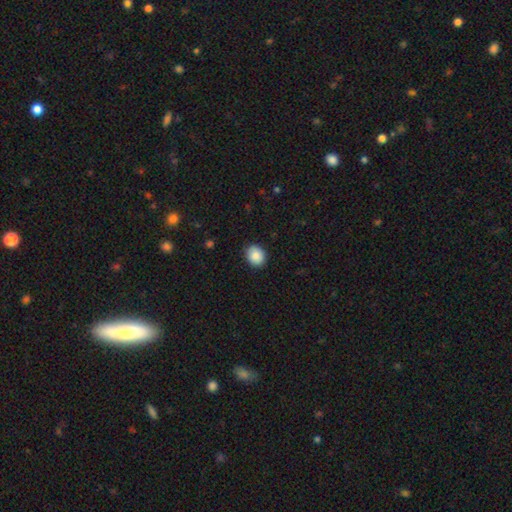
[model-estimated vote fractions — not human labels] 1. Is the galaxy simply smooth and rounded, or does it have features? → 88% smooth, 8% star or artifact, 4% featured or disk.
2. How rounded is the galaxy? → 60% round, 39% in between, 1% cigar-shaped.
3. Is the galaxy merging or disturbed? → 89% none, 8% minor disturbance, 2% major disturbance, 1% merger.